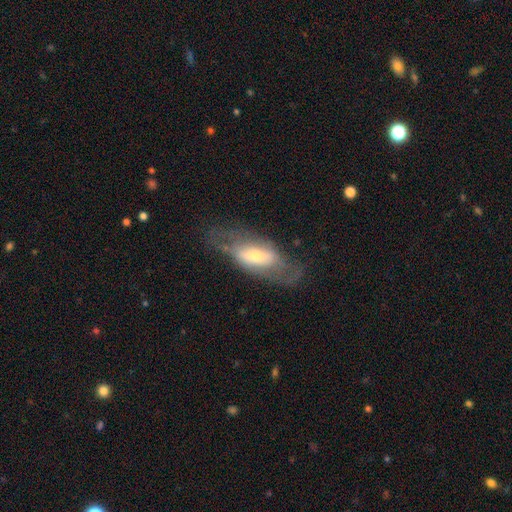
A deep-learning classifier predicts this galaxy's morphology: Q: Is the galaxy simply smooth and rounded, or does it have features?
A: featured or disk — 61%.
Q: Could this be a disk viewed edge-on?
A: no — 81%.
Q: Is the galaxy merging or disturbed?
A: none — 61%.